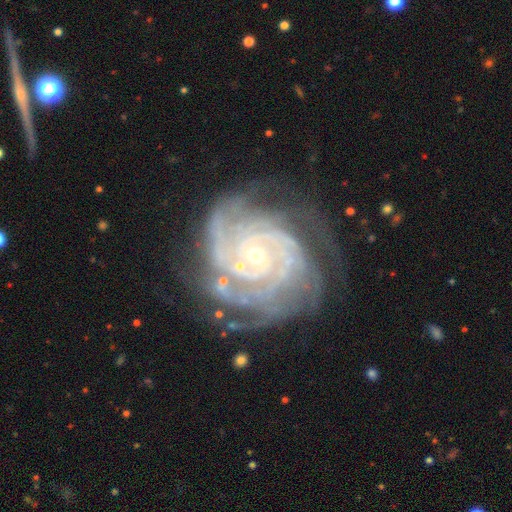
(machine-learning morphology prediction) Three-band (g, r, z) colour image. It shows a featured or disk galaxy (91%) with no bar (76%), tight (76%) spiral arms (98%) and a small central bulge (58%). Merging: none (60%).